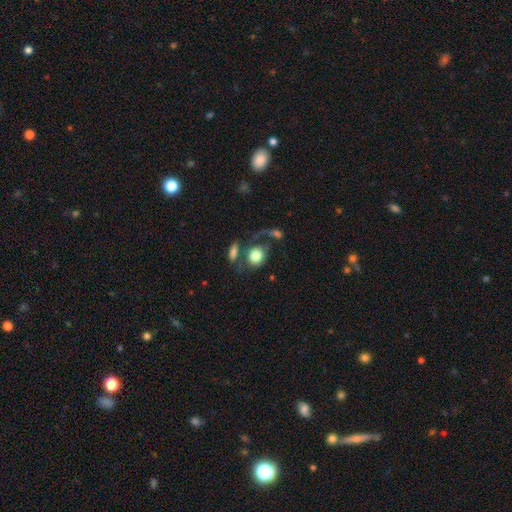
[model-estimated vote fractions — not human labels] smooth 77%, featured or disk 15%, star or artifact 8%. Down the decision tree: how rounded — round (64%); merging — none (39%).